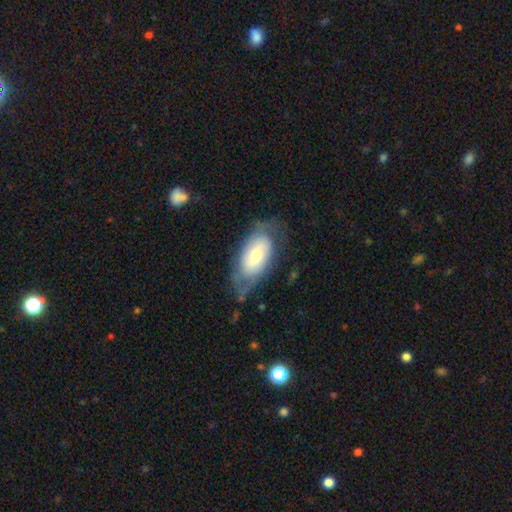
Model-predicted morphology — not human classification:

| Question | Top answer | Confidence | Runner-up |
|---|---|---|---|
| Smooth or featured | featured or disk | 51% | smooth (42%) |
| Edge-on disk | no | 90% | yes (10%) |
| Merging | none | 54% | minor disturbance (29%) |